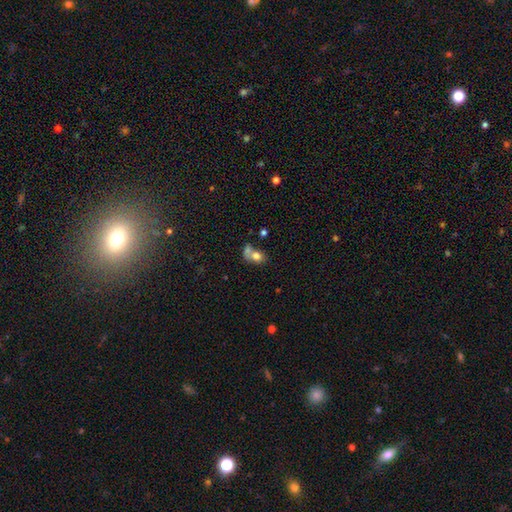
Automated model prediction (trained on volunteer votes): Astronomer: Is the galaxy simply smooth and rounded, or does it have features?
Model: smooth — 73%.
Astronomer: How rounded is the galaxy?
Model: round — 50% (runner-up: in between, 49%).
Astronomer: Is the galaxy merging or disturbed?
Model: merger — 58%.